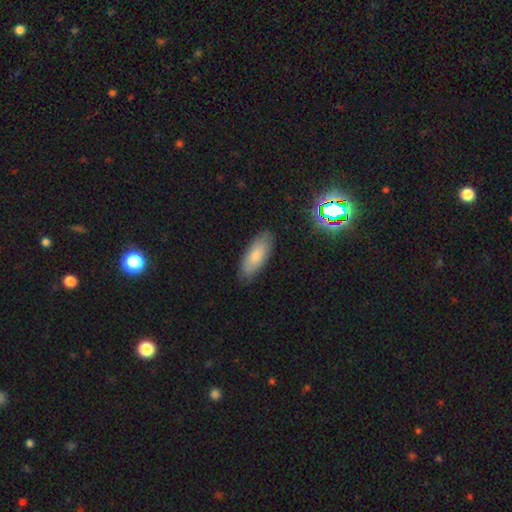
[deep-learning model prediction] Overall: smooth (78%). How rounded: in between (76%). Merging: none (84%).